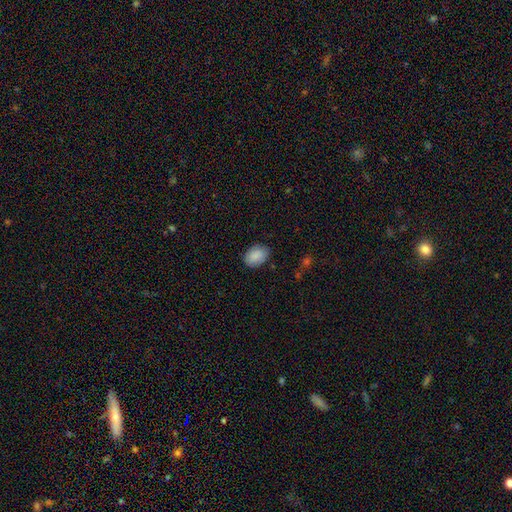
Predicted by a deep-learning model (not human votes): A smooth galaxy with no disk features (89%) that is in between round and cigar-shaped (83%). Merging: none (82%).